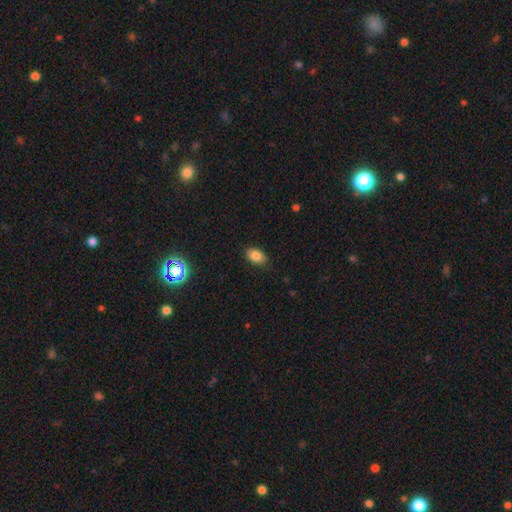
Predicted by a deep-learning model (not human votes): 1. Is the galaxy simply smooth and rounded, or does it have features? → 85% smooth, 9% star or artifact, 6% featured or disk.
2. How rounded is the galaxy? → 86% in between, 12% round, 2% cigar-shaped.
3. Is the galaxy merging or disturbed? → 84% none, 13% minor disturbance, 3% major disturbance, 1% merger.